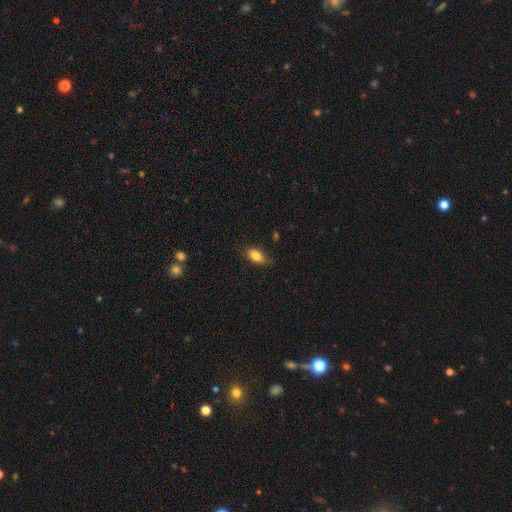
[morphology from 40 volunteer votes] smooth 82%, featured or disk 12%, star or artifact 5%. Down the decision tree: how rounded — in between (85%); merging — none (74%).